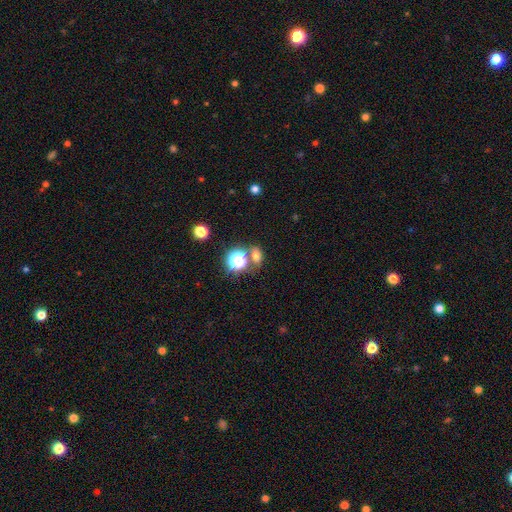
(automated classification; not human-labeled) This is likely a smooth galaxy (61%). How rounded: possibly in between (59%). Merging: likely none (69%).